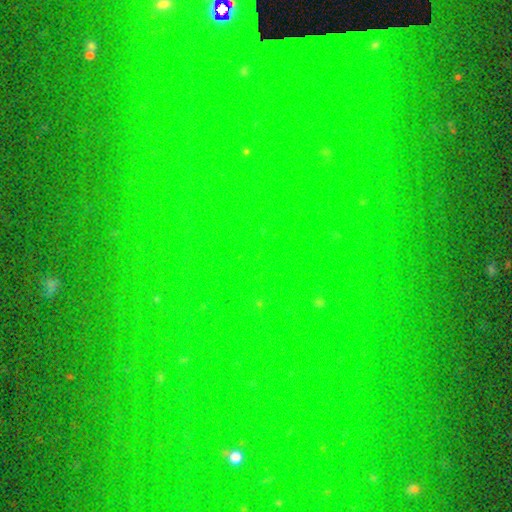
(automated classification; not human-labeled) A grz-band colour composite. It shows a star or artifact, not a galaxy (79%).